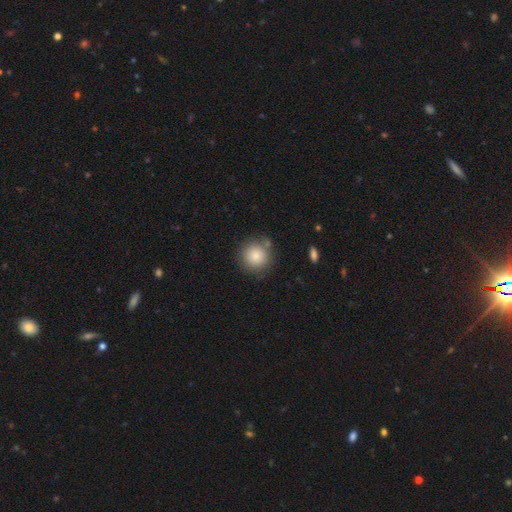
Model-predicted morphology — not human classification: The model was most divided on "merging": none: 79%, minor disturbance: 11%, merger: 6%, major disturbance: 4%. More confident: how rounded — round (93%); smooth or featured — smooth (84%).